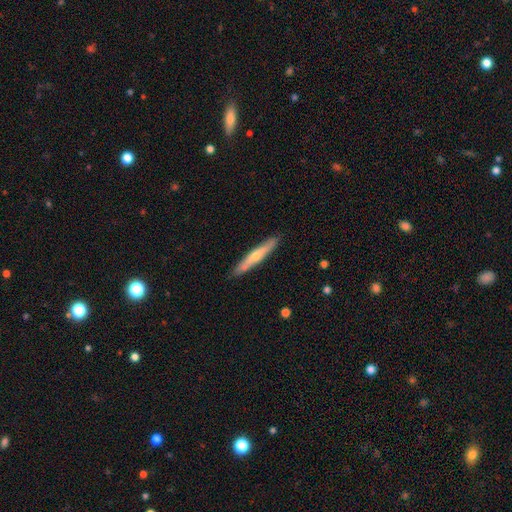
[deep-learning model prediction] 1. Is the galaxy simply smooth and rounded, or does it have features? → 56% featured or disk, 37% smooth, 6% star or artifact.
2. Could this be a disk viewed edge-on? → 92% yes, 8% no.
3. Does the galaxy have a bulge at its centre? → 77% rounded, 20% none, 3% boxy.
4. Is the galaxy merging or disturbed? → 90% none, 8% minor disturbance, 1% major disturbance, 1% merger.